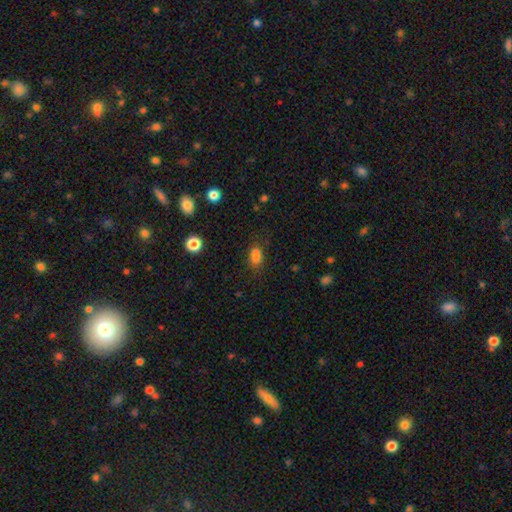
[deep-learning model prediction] Smooth or featured: smooth — 78% (star or artifact — 14%)
How rounded: in between — 75% (round — 22%)
Merging: none — 57% (minor disturbance — 19%)